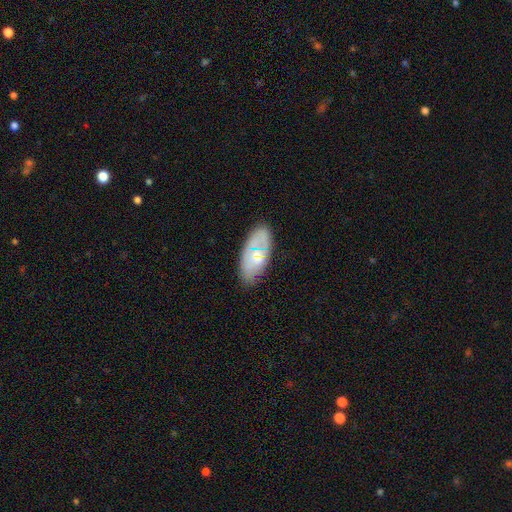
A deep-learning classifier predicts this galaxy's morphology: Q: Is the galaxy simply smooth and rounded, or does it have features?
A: smooth — 54%.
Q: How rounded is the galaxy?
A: in between — 88%.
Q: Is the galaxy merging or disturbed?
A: none — 75%.